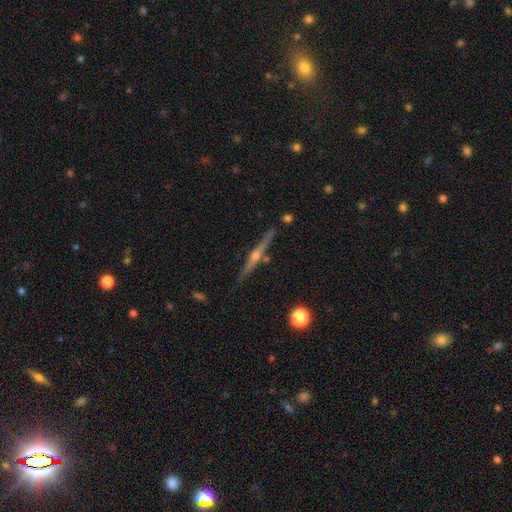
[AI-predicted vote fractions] This appears to be a featured or disk galaxy (85%) viewed edge-on (98%) with a rounded central bulge (92%). Merging: none (89%).